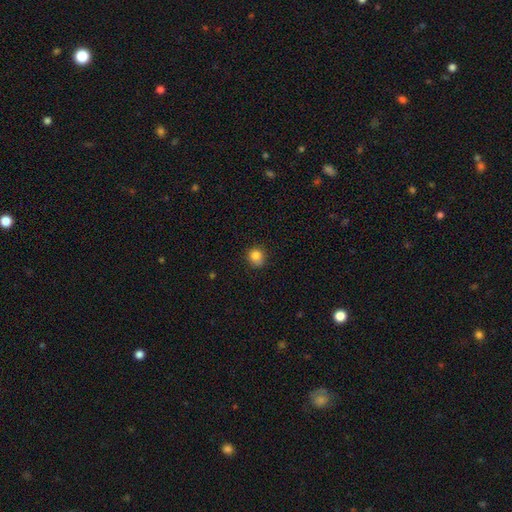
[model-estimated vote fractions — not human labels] The model was most divided on "merging": none: 79%, minor disturbance: 16%, major disturbance: 3%, merger: 2%. More confident: how rounded — round (83%); smooth or featured — smooth (83%).